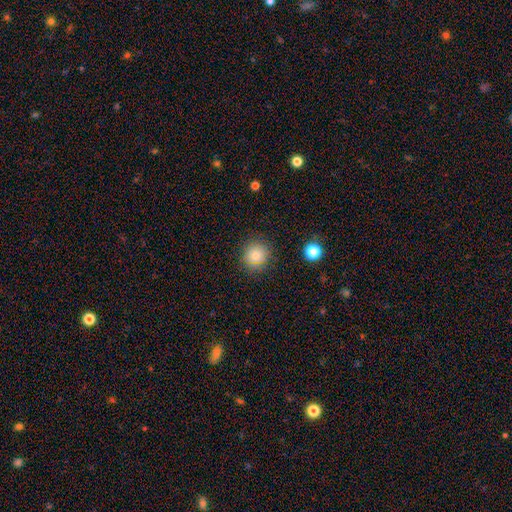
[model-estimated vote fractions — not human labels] smooth-or-featured: smooth: 83% | star or artifact: 11% | featured or disk: 6%
  how-rounded: round: 90% | in between: 9% | cigar-shaped: 1%
  merging: none: 87% | minor disturbance: 9% | major disturbance: 3% | merger: 2%